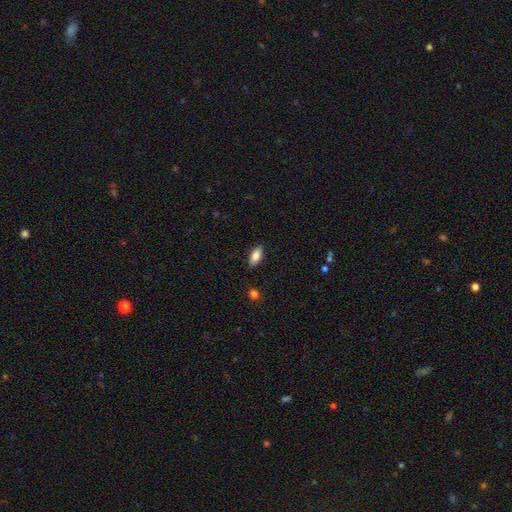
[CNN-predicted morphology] smooth_or_featured: smooth (p=0.82) [alt: featured or disk p=0.11]
how_rounded: in between (p=0.86) [alt: cigar-shaped p=0.12]
merging: none (p=0.87) [alt: minor disturbance p=0.09]